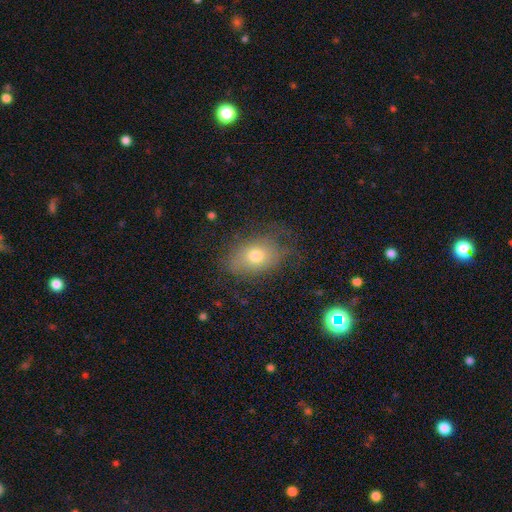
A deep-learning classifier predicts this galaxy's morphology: smooth-or-featured: smooth: 70% | featured or disk: 19% | star or artifact: 11%
  how-rounded: in between: 76% | round: 23% | cigar-shaped: 2%
  merging: none: 65% | minor disturbance: 22% | major disturbance: 12% | merger: 2%